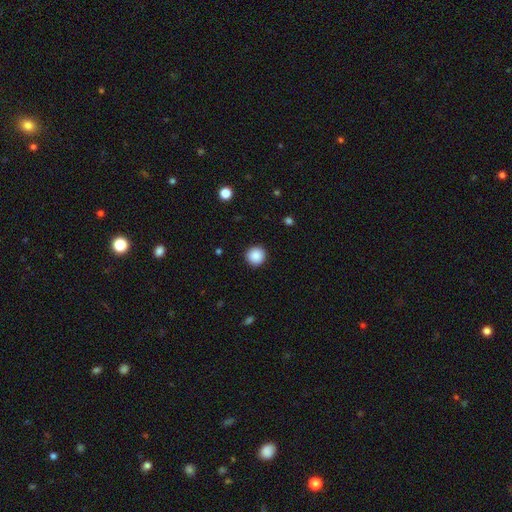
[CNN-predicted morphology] Smooth or featured?
  - smooth: 89% *
  - star or artifact: 9%
  - featured or disk: 3%
How rounded?
  - round: 95% *
  - in between: 4%
  - cigar-shaped: 1%
Merging?
  - none: 92% *
  - minor disturbance: 5%
  - major disturbance: 2%
  - merger: 1%